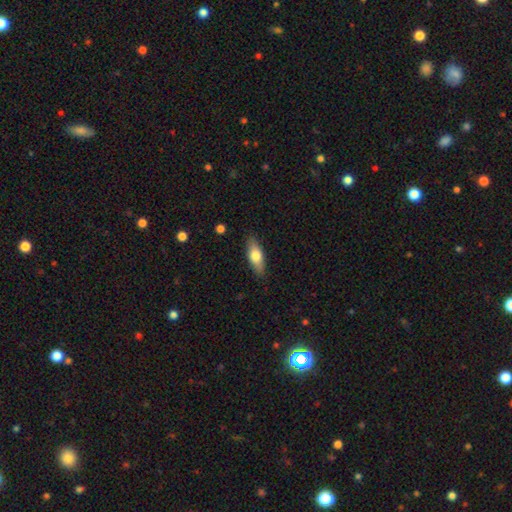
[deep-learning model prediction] smooth_or_featured: smooth (p=0.69) [alt: featured or disk p=0.25]
how_rounded: in between (p=0.69) [alt: cigar-shaped p=0.28]
merging: none (p=0.86) [alt: minor disturbance p=0.11]